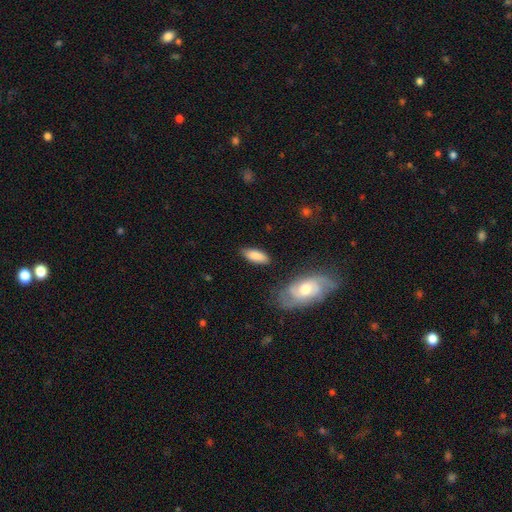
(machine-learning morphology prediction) type=smooth (82%); roundness=in between (77%); merging=none (78%).